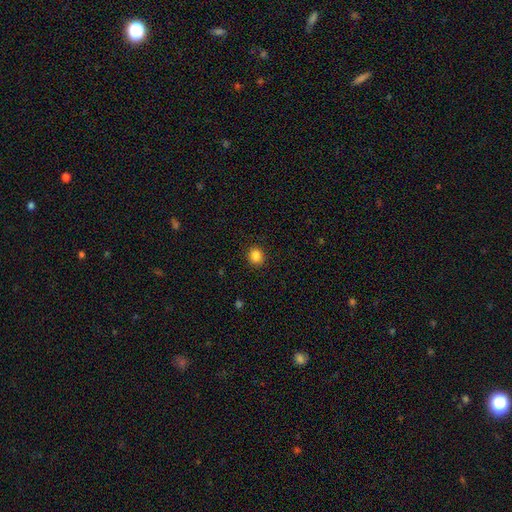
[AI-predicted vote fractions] Overall: smooth (86%). How rounded: round (80%). Merging: none (91%).